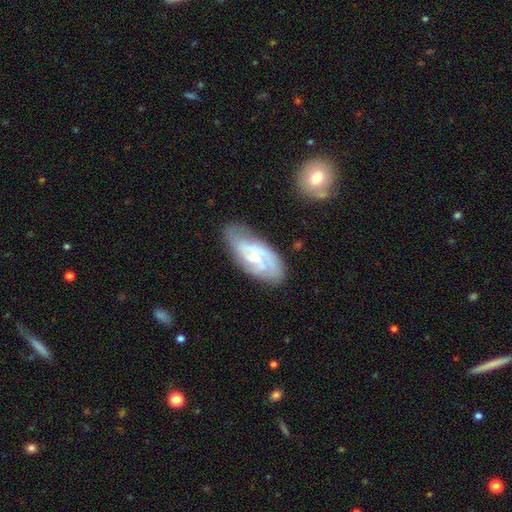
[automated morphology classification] smooth-or-featured: featured or disk: 67% | smooth: 25% | star or artifact: 7%
  disk-edge-on: no: 93% | yes: 7%
    bar: no: 50% | weak: 39% | strong: 10%
    has-spiral-arms: yes: 86% | no: 14%
      spiral-winding: tight: 42% | medium: 41% | loose: 17%
      spiral-arm-count: can't tell: 36% | 2: 27% | 3: 22% | 4: 6% | 1: 5% | more than 4: 3%
    bulge-size: small: 43% | none: 27% | moderate: 25% | large: 4% | dominant: 1%
  merging: none: 60% | minor disturbance: 26% | major disturbance: 11% | merger: 3%